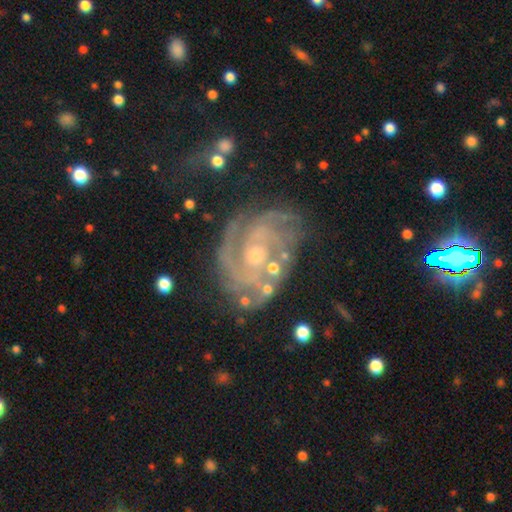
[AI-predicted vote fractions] smooth-or-featured: featured or disk: 88% | star or artifact: 7% | smooth: 5%
  disk-edge-on: no: 97% | yes: 3%
    bar: no: 64% | weak: 28% | strong: 7%
    has-spiral-arms: yes: 96% | no: 4%
      spiral-winding: tight: 63% | medium: 31% | loose: 6%
      spiral-arm-count: 2: 32% | 3: 23% | can't tell: 23% | 4: 9% | more than 4: 6% | 1: 6%
    bulge-size: small: 59% | moderate: 36% | none: 3% | large: 2% | dominant: 1%
  merging: none: 66% | minor disturbance: 19% | major disturbance: 10% | merger: 4%